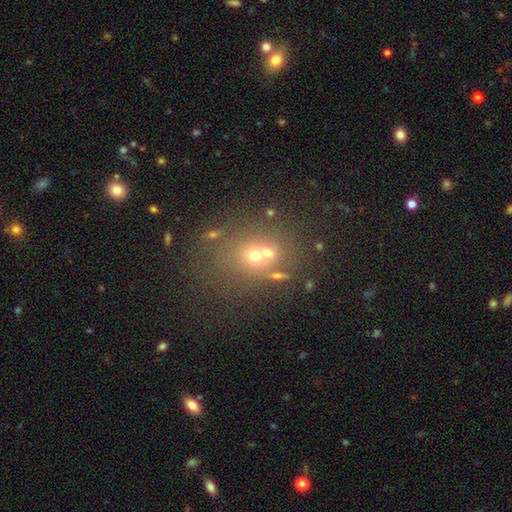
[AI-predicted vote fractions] smooth-or-featured: smooth: 59% | star or artifact: 21% | featured or disk: 20%
  how-rounded: round: 69% | in between: 30% | cigar-shaped: 1%
  merging: none: 45% | merger: 40% | minor disturbance: 10% | major disturbance: 6%